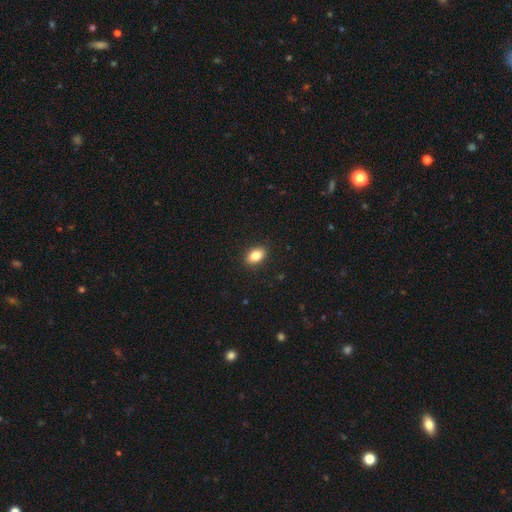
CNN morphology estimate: Smooth or featured? smooth (84%)
How rounded? in between (84%)
Merging? none (90%)